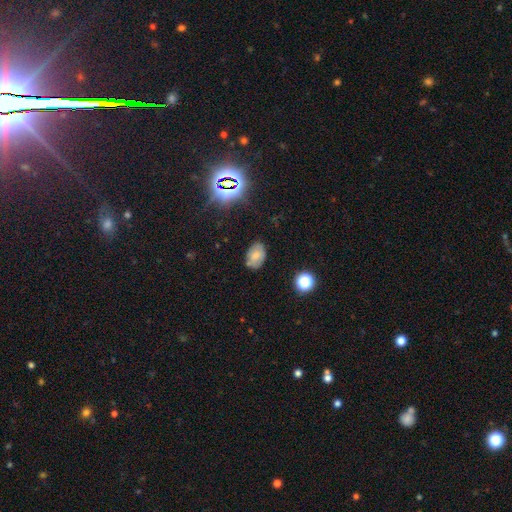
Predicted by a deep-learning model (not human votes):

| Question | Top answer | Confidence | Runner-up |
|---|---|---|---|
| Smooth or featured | smooth | 70% | featured or disk (16%) |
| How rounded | in between | 84% | round (15%) |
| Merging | none | 75% | minor disturbance (18%) |